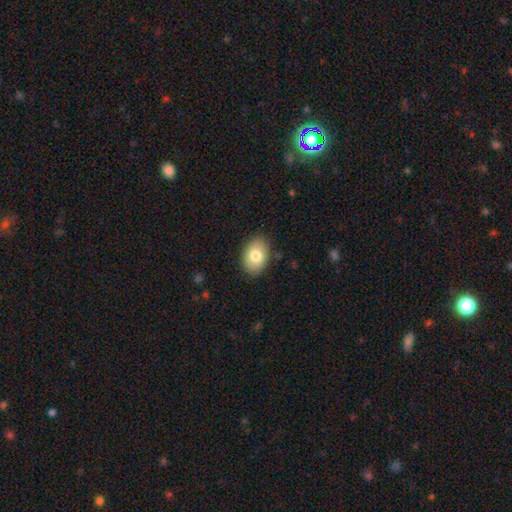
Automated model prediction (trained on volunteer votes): Smooth or featured: smooth — 78% (featured or disk — 15%)
How rounded: in between — 82% (round — 17%)
Merging: none — 85% (minor disturbance — 11%)